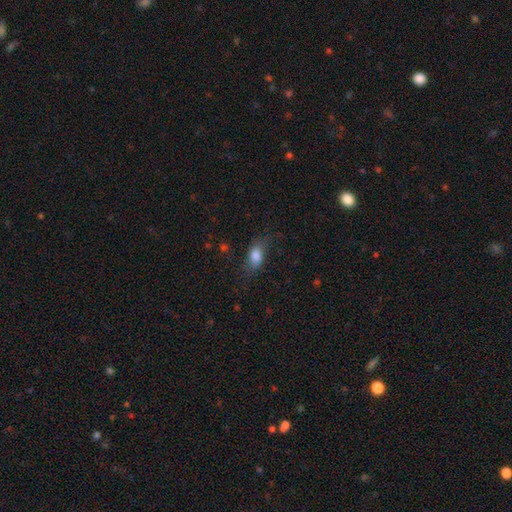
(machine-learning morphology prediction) smooth-or-featured: smooth: 79% | featured or disk: 12% | star or artifact: 9%
  how-rounded: in between: 83% | round: 10% | cigar-shaped: 7%
  merging: none: 61% | minor disturbance: 24% | major disturbance: 13% | merger: 2%